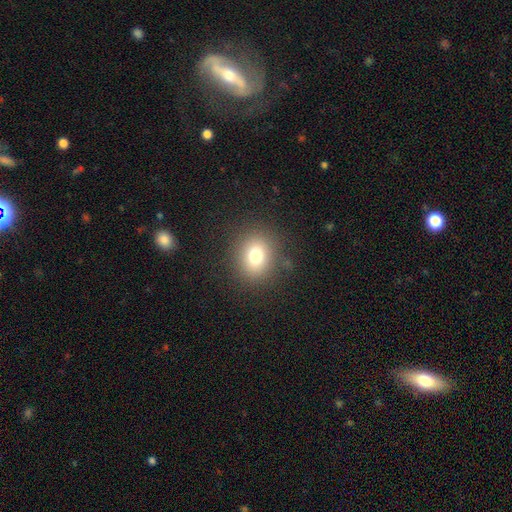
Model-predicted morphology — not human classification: This is likely a smooth galaxy (76%). How rounded: likely round (66%). Merging: clearly none (87%).